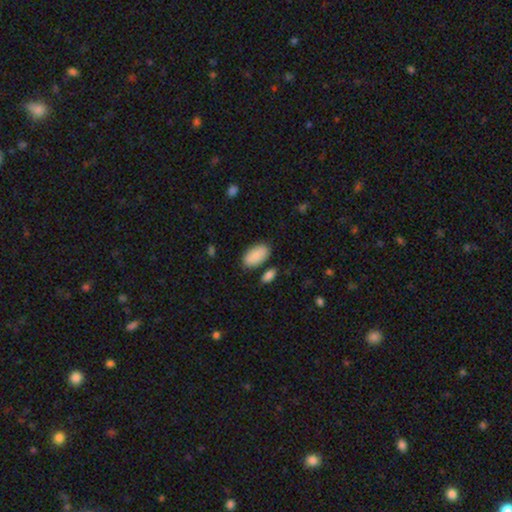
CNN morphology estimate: This appears to be a smooth galaxy with no disk features (86%) that is in between round and cigar-shaped (95%). Merging: none (78%).